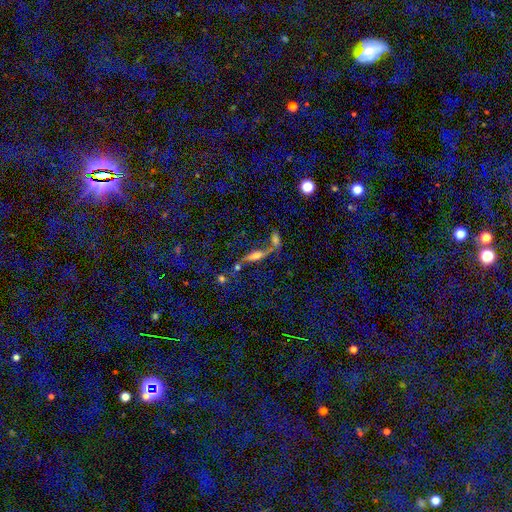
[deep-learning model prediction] Smooth or featured?
  - smooth: 46% *
  - featured or disk: 40%
  - star or artifact: 14%
Merging?
  - none: 54% *
  - merger: 26%
  - minor disturbance: 13%
  - major disturbance: 7%